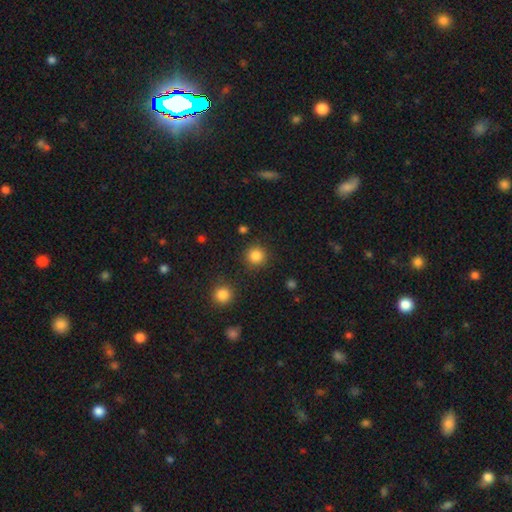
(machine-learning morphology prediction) Smooth or featured? smooth (85%)
How rounded? round (94%)
Merging? none (88%)